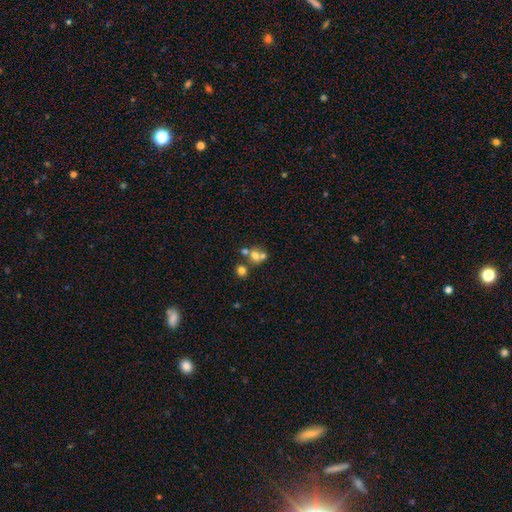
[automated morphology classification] A smooth galaxy with no disk features (63%) that is round (75%). Merging: merger (51%).